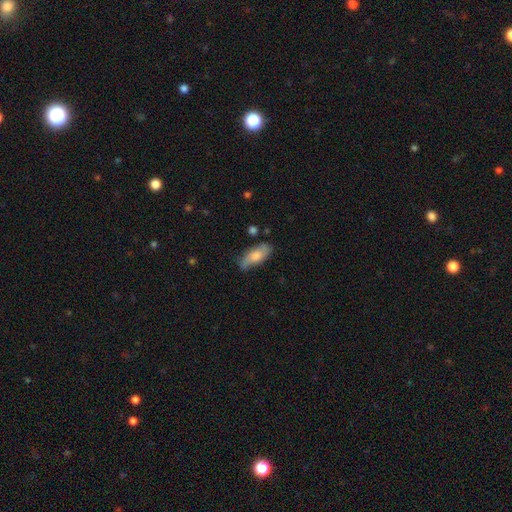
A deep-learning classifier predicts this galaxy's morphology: Smooth or featured: smooth — 72% (featured or disk — 22%)
How rounded: in between — 76% (cigar-shaped — 22%)
Merging: none — 70% (minor disturbance — 23%)